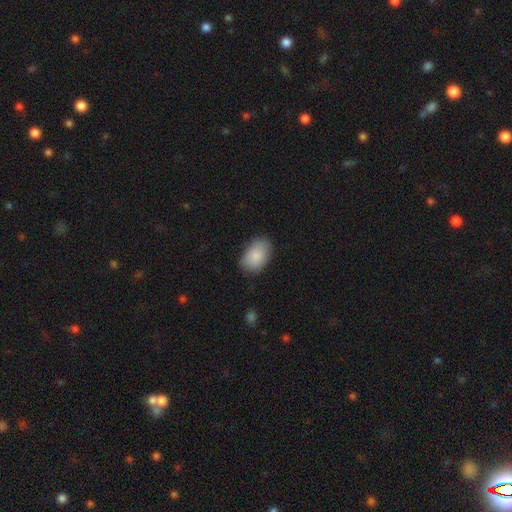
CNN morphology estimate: Smooth or featured? smooth (87%)
How rounded? in between (88%)
Merging? none (76%)